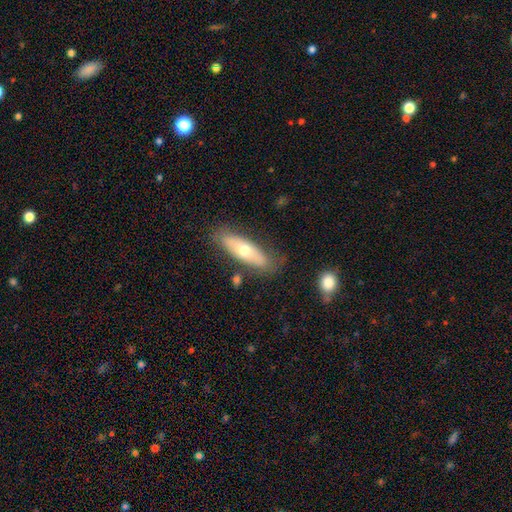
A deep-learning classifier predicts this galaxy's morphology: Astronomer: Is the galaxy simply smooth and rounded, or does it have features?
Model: smooth — 56% (runner-up: featured or disk, 38%).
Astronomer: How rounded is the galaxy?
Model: in between — 53% (runner-up: cigar-shaped, 45%).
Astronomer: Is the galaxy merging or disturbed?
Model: none — 76%.